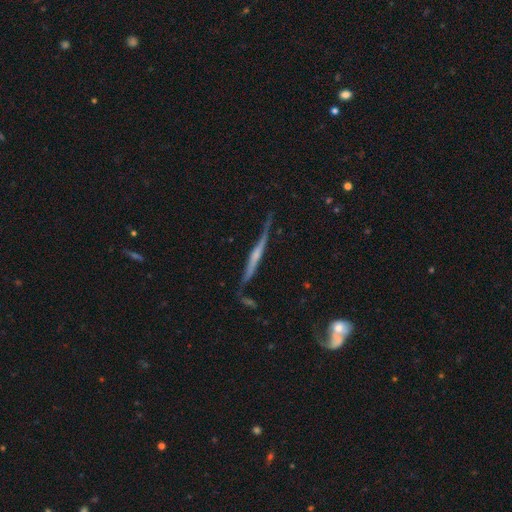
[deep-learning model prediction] Smooth or featured?
  - featured or disk: 73% *
  - smooth: 21%
  - star or artifact: 6%
Edge-on disk?
  - yes: 95% *
  - no: 5%
Edge-on bulge?
  - rounded: 43% *
  - none: 42%
  - boxy: 14%
Merging?
  - none: 68% *
  - minor disturbance: 21%
  - major disturbance: 6%
  - merger: 4%